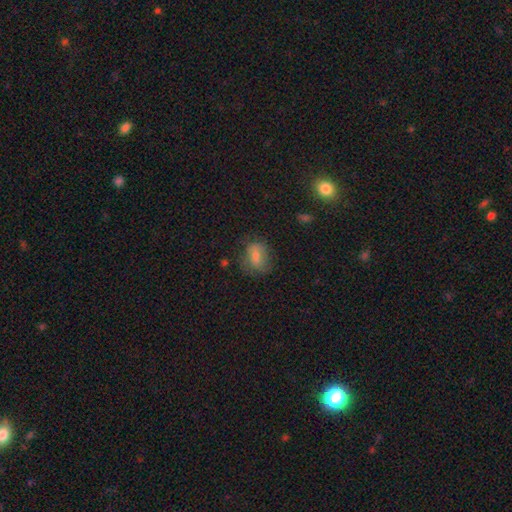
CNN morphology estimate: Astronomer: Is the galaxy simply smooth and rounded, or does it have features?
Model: smooth — 71%.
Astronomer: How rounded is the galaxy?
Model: in between — 66%.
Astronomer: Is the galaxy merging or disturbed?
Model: none — 58%.